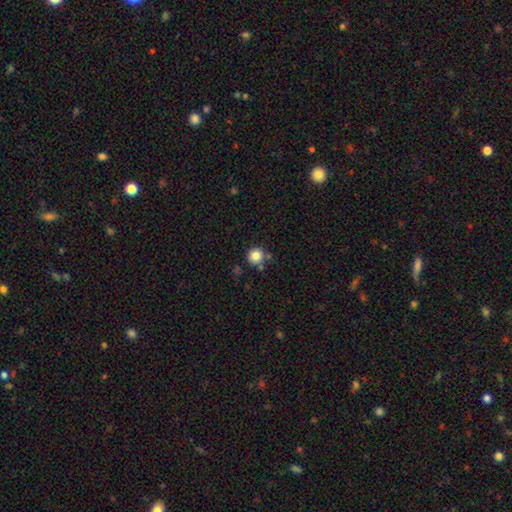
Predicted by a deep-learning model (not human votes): smooth 83%, star or artifact 11%, featured or disk 6%. Down the decision tree: how rounded — round (93%); merging — none (75%).